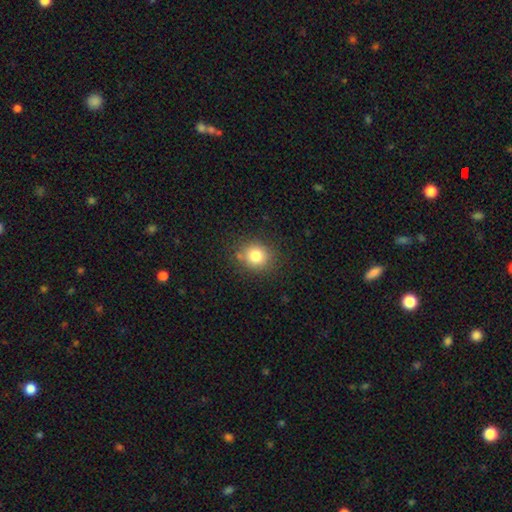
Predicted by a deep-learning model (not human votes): smooth-or-featured: smooth: 80% | star or artifact: 12% | featured or disk: 8%
  how-rounded: round: 82% | in between: 17% | cigar-shaped: 1%
  merging: none: 83% | minor disturbance: 10% | major disturbance: 3% | merger: 3%